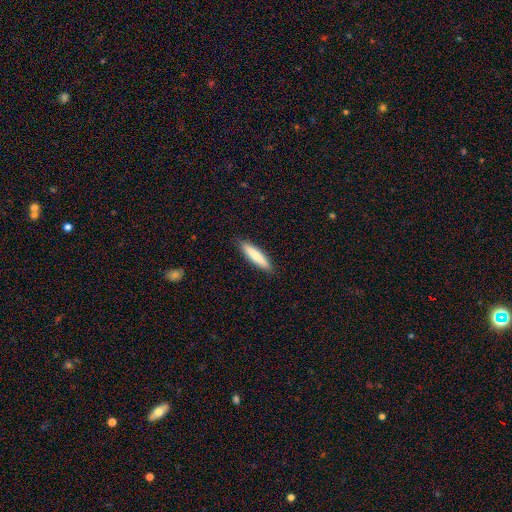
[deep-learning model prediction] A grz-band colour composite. It shows a smooth galaxy with no disk features (81%) that is cigar-shaped (82%). Merging: none (89%).